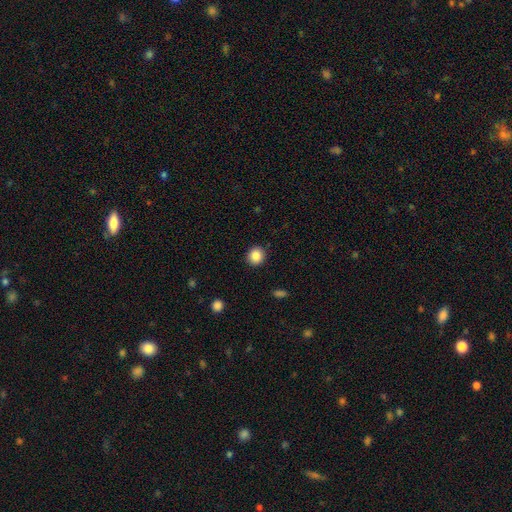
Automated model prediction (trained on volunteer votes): Smooth or featured? smooth (87%)
How rounded? round (87%)
Merging? none (91%)